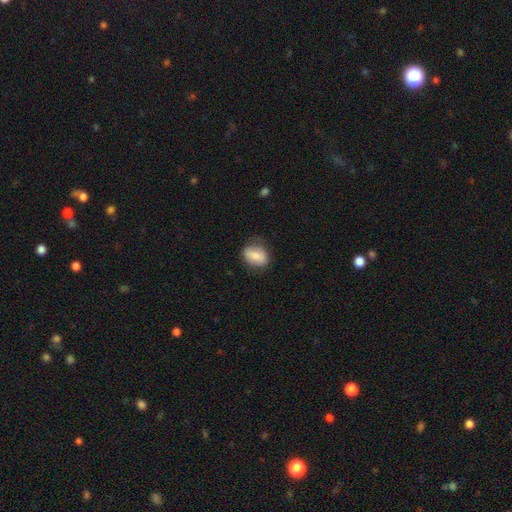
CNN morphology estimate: Overall: smooth (74%). How rounded: in between (73%). Merging: none (71%).